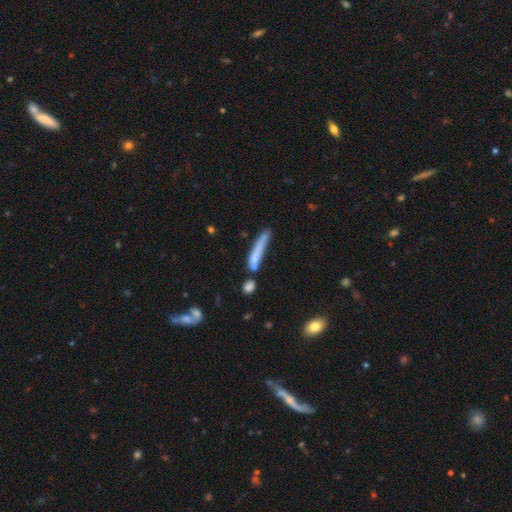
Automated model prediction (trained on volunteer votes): smooth-or-featured: smooth: 62% | featured or disk: 30% | star or artifact: 9%
  how-rounded: cigar-shaped: 92% | in between: 6% | round: 2%
  merging: none: 47% | minor disturbance: 24% | merger: 16% | major disturbance: 13%